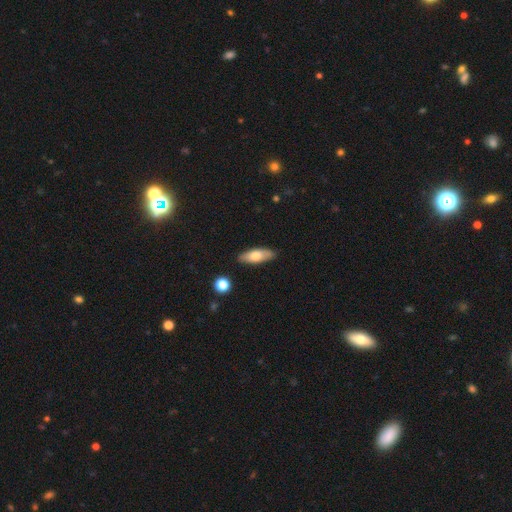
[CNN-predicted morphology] Smooth or featured: smooth — 69% (featured or disk — 24%)
How rounded: in between — 67% (cigar-shaped — 31%)
Merging: none — 86% (minor disturbance — 10%)